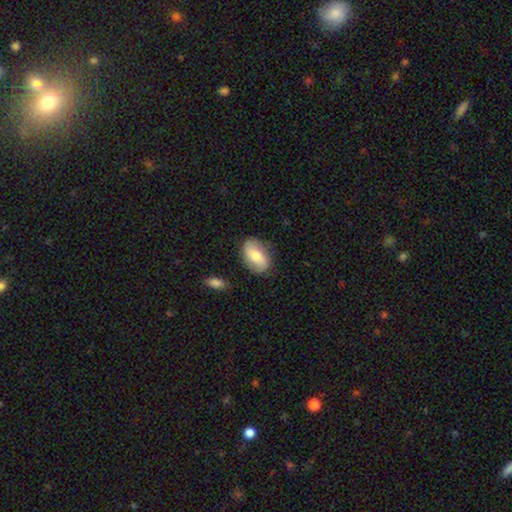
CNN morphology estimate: Smooth or featured? Predicted: smooth (p=0.60). How rounded? Predicted: in between (p=0.88). Merging? Predicted: none (p=0.80).